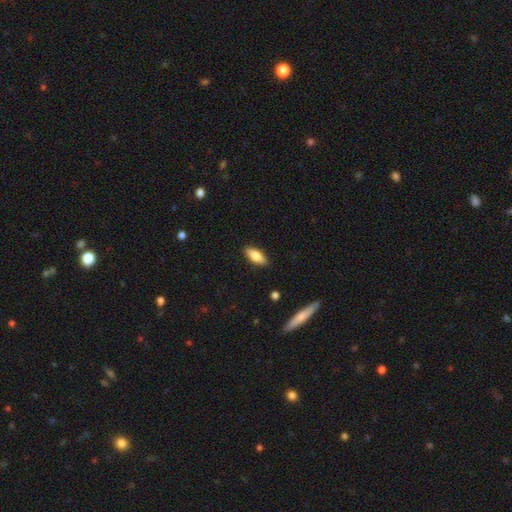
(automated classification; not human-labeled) Smooth or featured?
  - smooth: 78% *
  - featured or disk: 16%
  - star or artifact: 6%
How rounded?
  - in between: 73% *
  - cigar-shaped: 25%
  - round: 2%
Merging?
  - none: 88% *
  - minor disturbance: 9%
  - major disturbance: 2%
  - merger: 1%